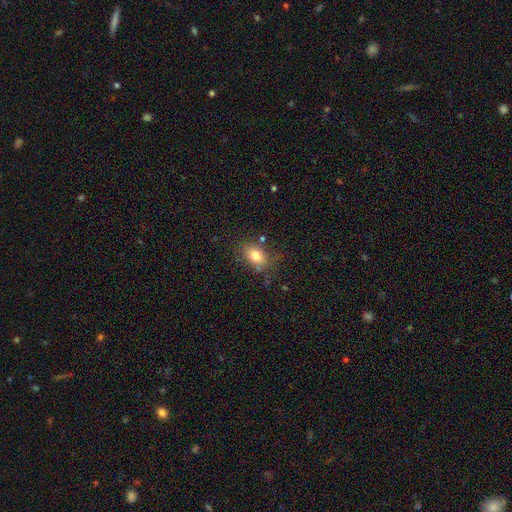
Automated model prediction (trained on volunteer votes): Overall: smooth (80%). How rounded: in between (77%). Merging: none (74%).